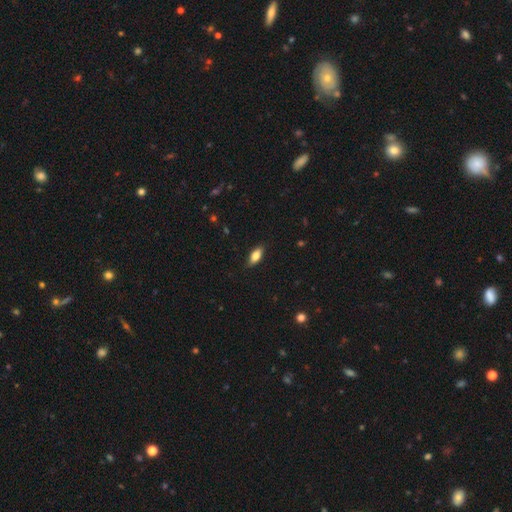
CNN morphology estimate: This is clearly a smooth galaxy (81%). How rounded: clearly in between (83%). Merging: clearly none (85%).